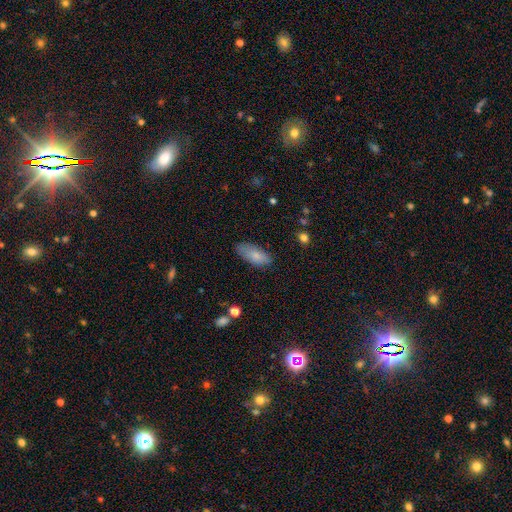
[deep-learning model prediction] A smooth galaxy with no disk features (81%) that is in between round and cigar-shaped (84%). Merging: none (76%).